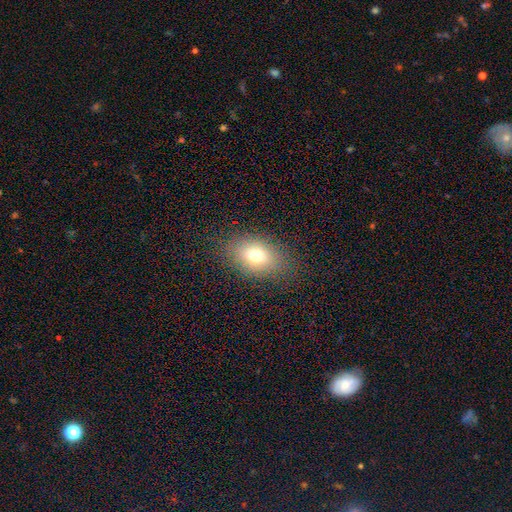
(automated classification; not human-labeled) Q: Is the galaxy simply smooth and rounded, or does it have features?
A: smooth — 73%.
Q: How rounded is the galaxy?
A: in between — 79%.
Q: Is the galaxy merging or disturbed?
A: none — 82%.